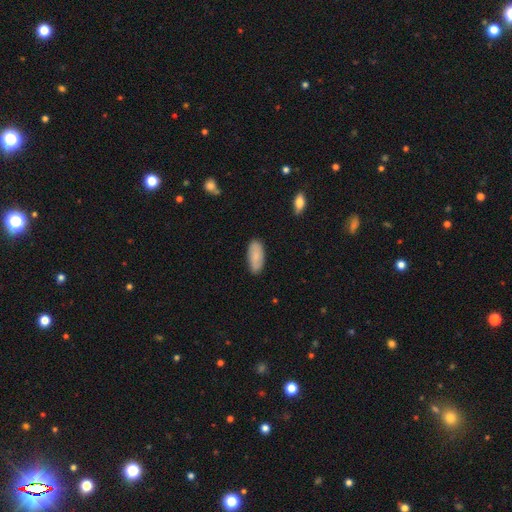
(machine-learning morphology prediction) This is likely a smooth galaxy (80%). How rounded: clearly in between (89%). Merging: clearly none (86%).